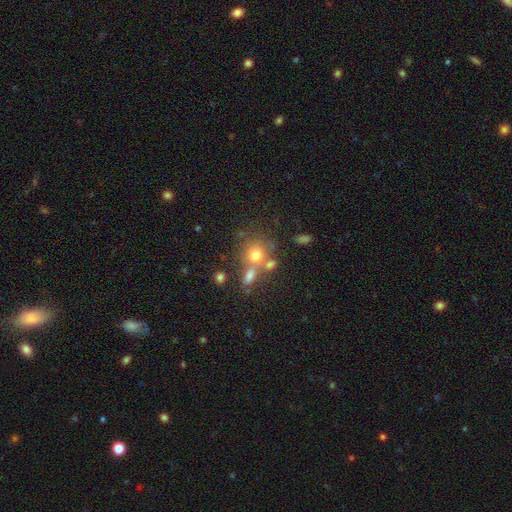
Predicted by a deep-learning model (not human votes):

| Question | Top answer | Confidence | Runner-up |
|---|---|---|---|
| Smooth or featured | smooth | 69% | featured or disk (17%) |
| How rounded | round | 78% | in between (20%) |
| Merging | none | 48% | merger (34%) |